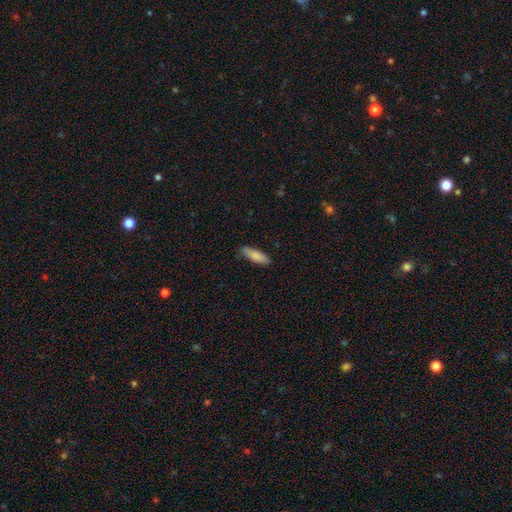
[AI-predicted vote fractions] smooth 84%, featured or disk 10%, star or artifact 6%. Down the decision tree: how rounded — cigar-shaped (54%); merging — none (84%).